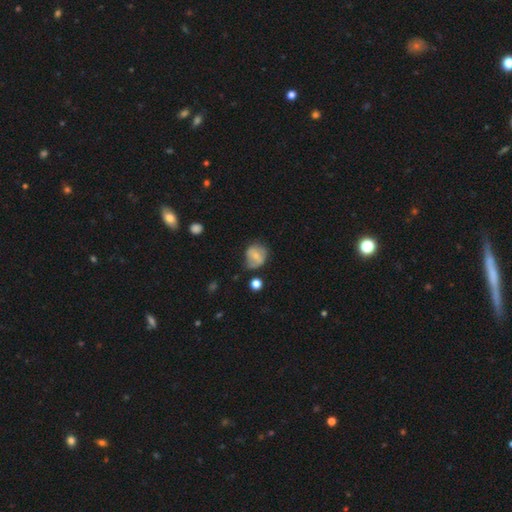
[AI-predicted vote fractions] Morphology: type=smooth (58%); roundness=round (66%); merging=none (54%).